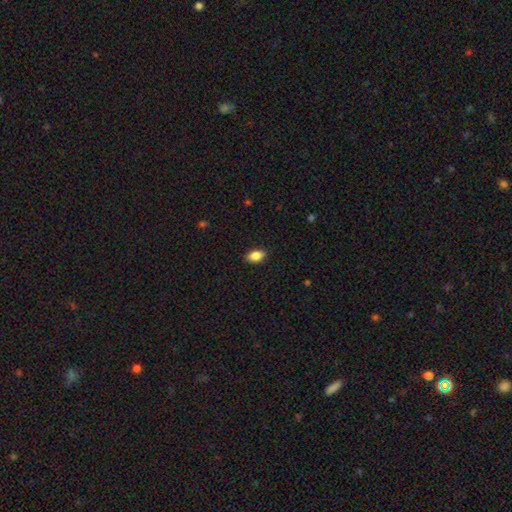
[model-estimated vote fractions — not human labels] A smooth galaxy with no disk features (87%) that is in between round and cigar-shaped (90%). Merging: none (87%).